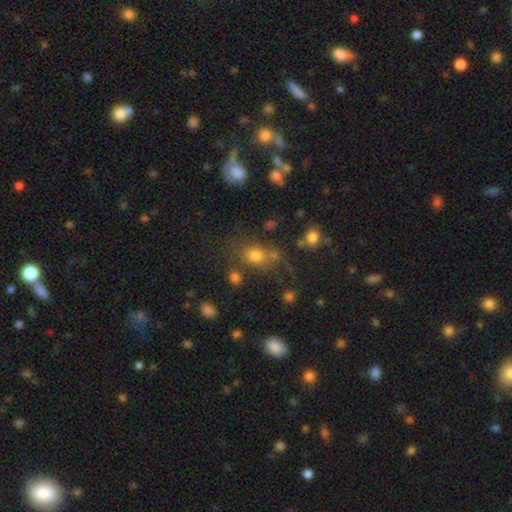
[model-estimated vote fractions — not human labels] Smooth or featured? smooth (71%)
How rounded? in between (52%)
Merging? none (60%)